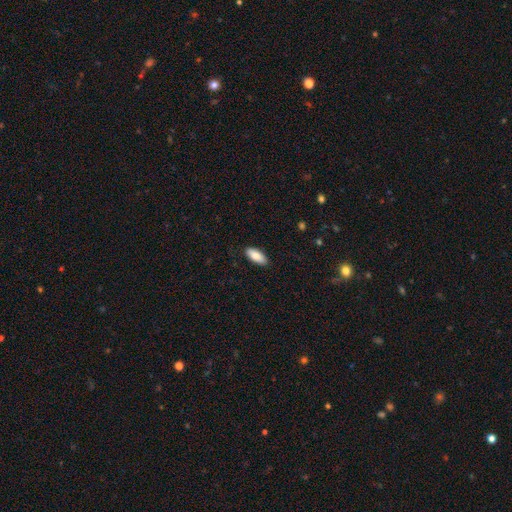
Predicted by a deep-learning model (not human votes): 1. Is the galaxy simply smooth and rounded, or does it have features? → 86% smooth, 8% featured or disk, 6% star or artifact.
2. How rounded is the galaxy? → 83% in between, 15% cigar-shaped, 2% round.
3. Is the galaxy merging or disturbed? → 89% none, 9% minor disturbance, 2% major disturbance, 1% merger.